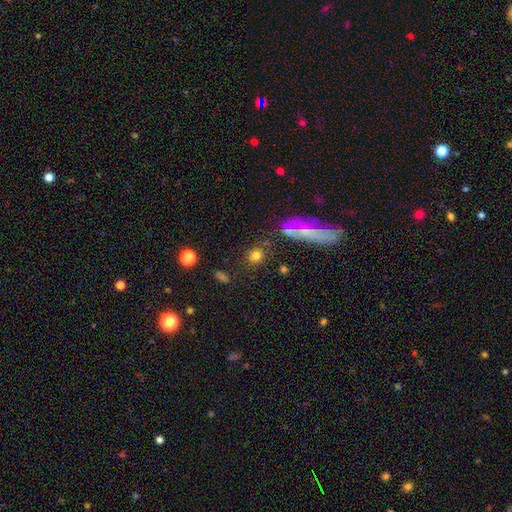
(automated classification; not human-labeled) Smooth or featured? Predicted: smooth (p=0.78). How rounded? Predicted: round (p=0.66). Merging? Predicted: none (p=0.79).